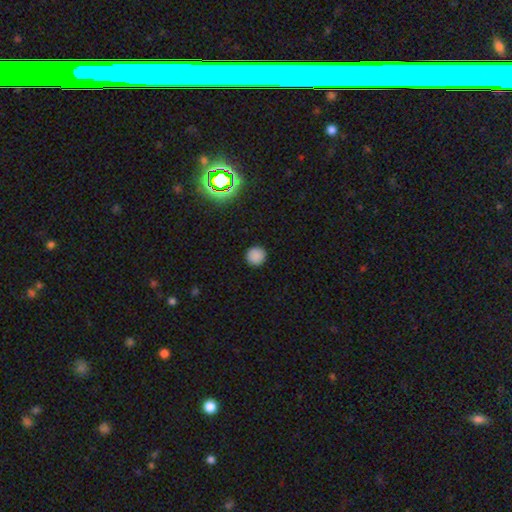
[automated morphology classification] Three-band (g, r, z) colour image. It shows a smooth galaxy with no disk features (85%) that is round (95%). Merging: none (92%).